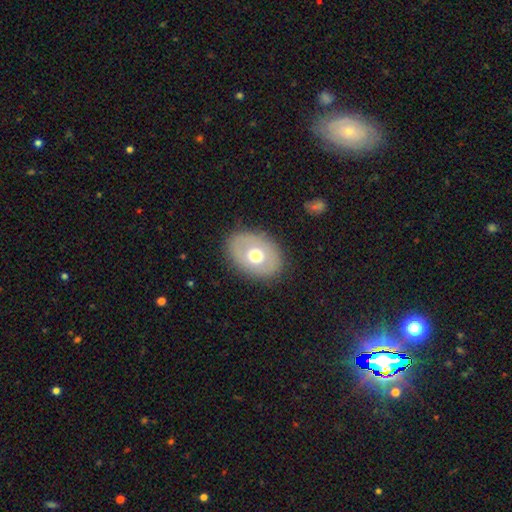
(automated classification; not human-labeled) smooth_or_featured: smooth (p=0.59) [alt: featured or disk p=0.34]
how_rounded: in between (p=0.70) [alt: round p=0.29]
merging: none (p=0.84) [alt: minor disturbance p=0.11]